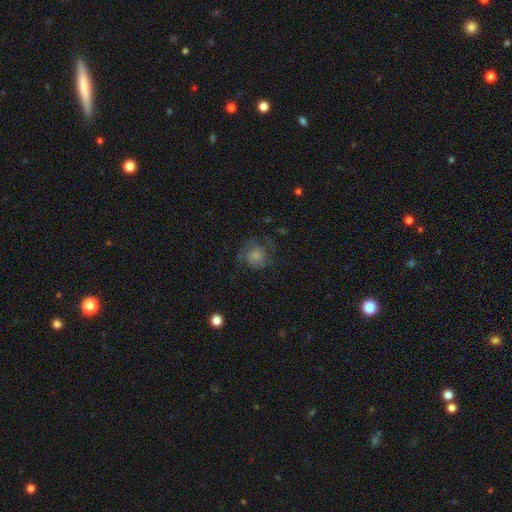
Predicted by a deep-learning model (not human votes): A smooth galaxy with no disk features (58%) that is round (86%).

Vote fractions:
- Smooth or featured? smooth: 58% / featured or disk: 31% / star or artifact: 11%
- How rounded? round: 86% / in between: 13% / cigar-shaped: 1%
- Merging? none: 58% / minor disturbance: 21% / major disturbance: 19% / merger: 2%